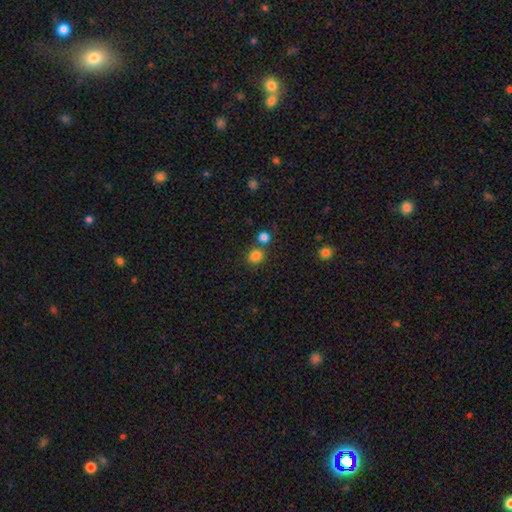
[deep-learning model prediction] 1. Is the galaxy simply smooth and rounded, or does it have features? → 82% smooth, 13% star or artifact, 5% featured or disk.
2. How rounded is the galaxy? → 76% round, 23% in between, 1% cigar-shaped.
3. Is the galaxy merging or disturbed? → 69% none, 19% merger, 9% minor disturbance, 3% major disturbance.